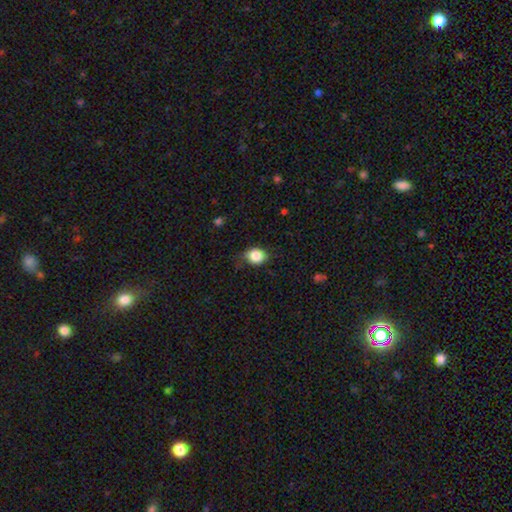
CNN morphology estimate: The model was most divided on "how rounded": round: 50%, in between: 49%, cigar-shaped: 1%. More confident: smooth or featured — smooth (84%); merging — none (69%).